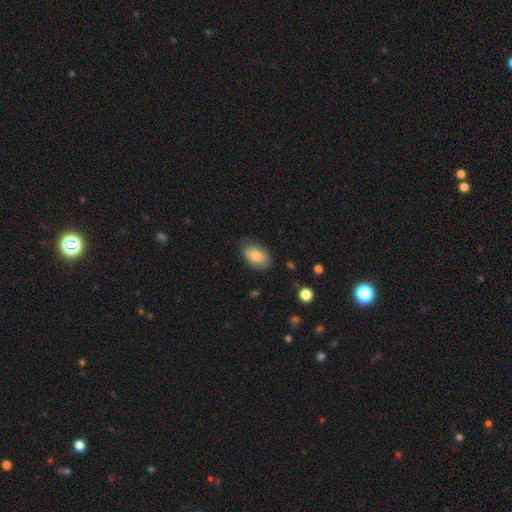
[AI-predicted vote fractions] Q: Smooth or featured?
A: smooth (85%); runner-up: featured or disk (9%)
Q: How rounded?
A: in between (92%); runner-up: round (7%)
Q: Merging?
A: none (78%); runner-up: minor disturbance (17%)